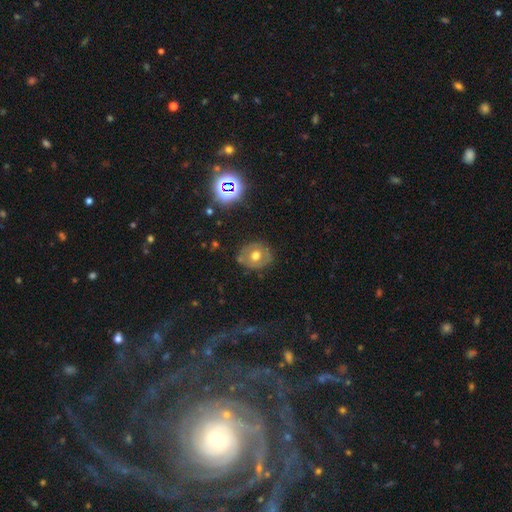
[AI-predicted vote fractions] The model was most divided on "smooth or featured": smooth: 47%, featured or disk: 40%, star or artifact: 13%. More confident: merging — none (76%).